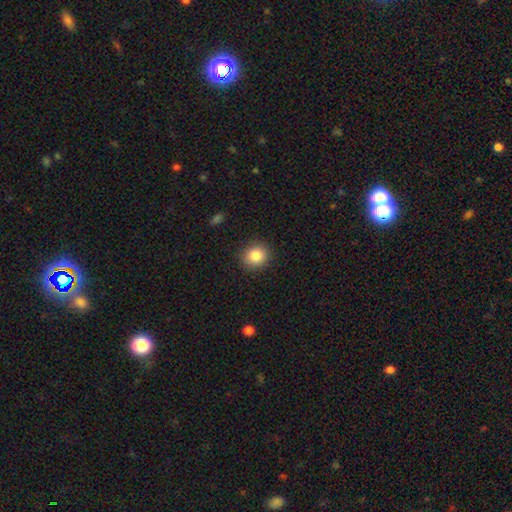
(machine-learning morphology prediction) Q: Smooth or featured?
A: smooth (86%); runner-up: star or artifact (9%)
Q: How rounded?
A: round (80%); runner-up: in between (19%)
Q: Merging?
A: none (90%); runner-up: minor disturbance (7%)